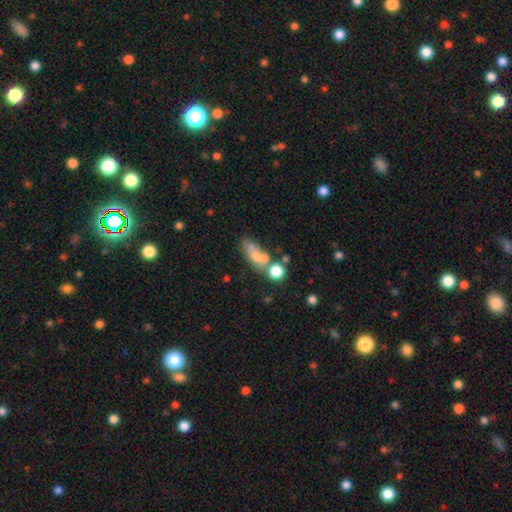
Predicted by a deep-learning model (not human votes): Smooth or featured?
  - smooth: 60% *
  - featured or disk: 26%
  - star or artifact: 14%
How rounded?
  - in between: 59% *
  - cigar-shaped: 24%
  - round: 17%
Merging?
  - none: 37% *
  - merger: 33%
  - minor disturbance: 17%
  - major disturbance: 13%